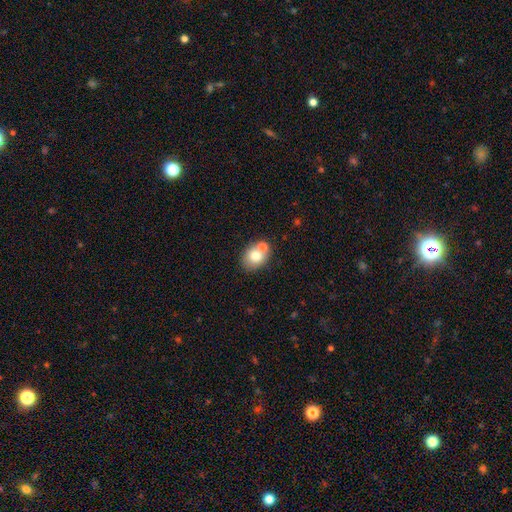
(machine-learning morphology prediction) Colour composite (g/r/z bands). It shows a smooth galaxy with no disk features (74%) that is in between round and cigar-shaped (55%). Merging: none (54%).